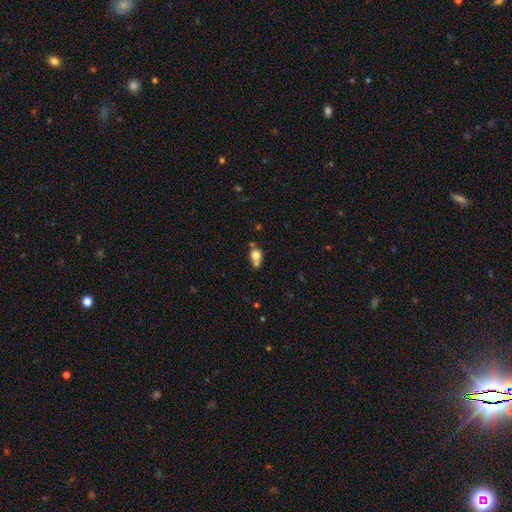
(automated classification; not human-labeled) Overall: smooth (76%). How rounded: round (71%). Merging: merger (42%; none 40%).